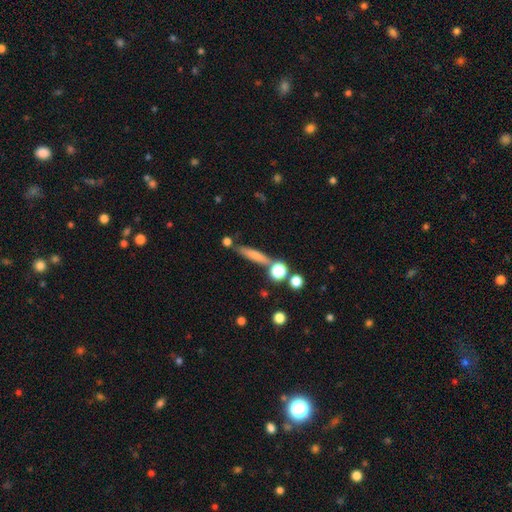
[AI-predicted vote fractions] A smooth galaxy with no disk features (69%) that is cigar-shaped (82%). Merging: none (71%).